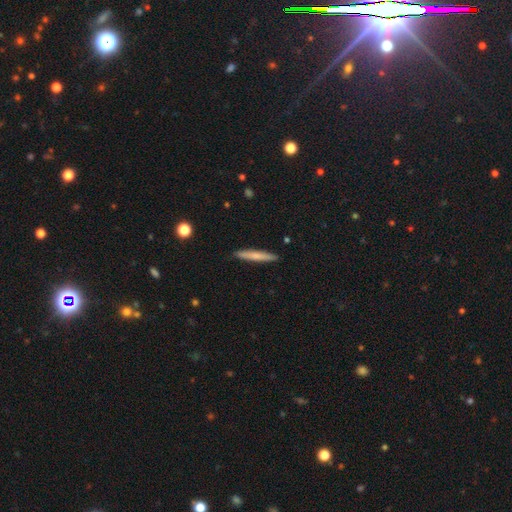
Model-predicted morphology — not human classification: Smooth or featured: smooth — 68% (featured or disk — 27%)
How rounded: cigar-shaped — 95% (in between — 4%)
Merging: none — 91% (minor disturbance — 7%)